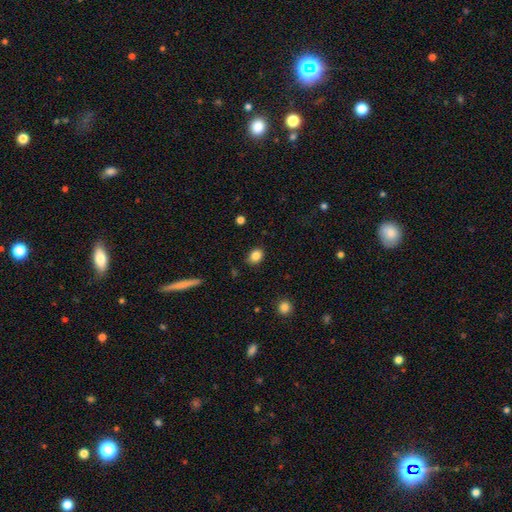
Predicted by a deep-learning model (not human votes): Overall: smooth (85%). How rounded: in between (53%; round 46%). Merging: none (84%).